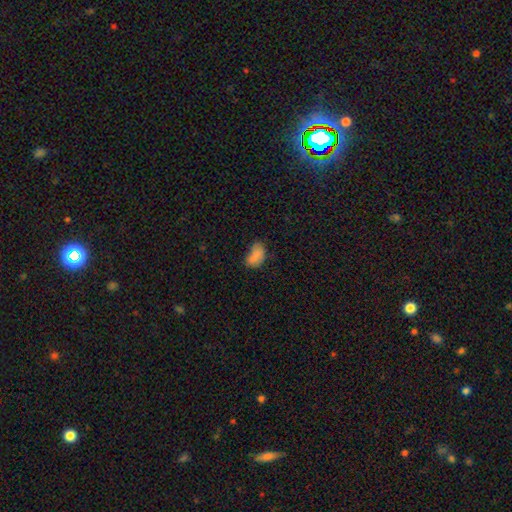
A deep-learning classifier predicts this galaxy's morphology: smooth-or-featured: smooth: 79% | star or artifact: 11% | featured or disk: 10%
  how-rounded: in between: 89% | round: 9% | cigar-shaped: 2%
  merging: none: 46% | minor disturbance: 32% | major disturbance: 12% | merger: 10%